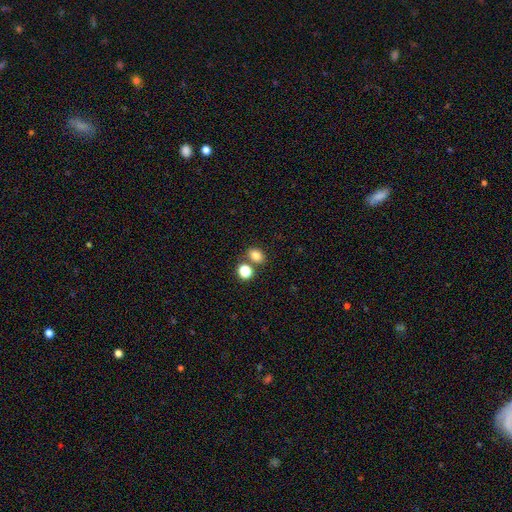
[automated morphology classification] A smooth galaxy with no disk features (80%) that is in between round and cigar-shaped (57%).

Vote fractions:
- Smooth or featured? smooth: 80% / star or artifact: 13% / featured or disk: 7%
- How rounded? in between: 57% / round: 42% / cigar-shaped: 1%
- Merging? none: 67% / merger: 20% / minor disturbance: 10% / major disturbance: 3%